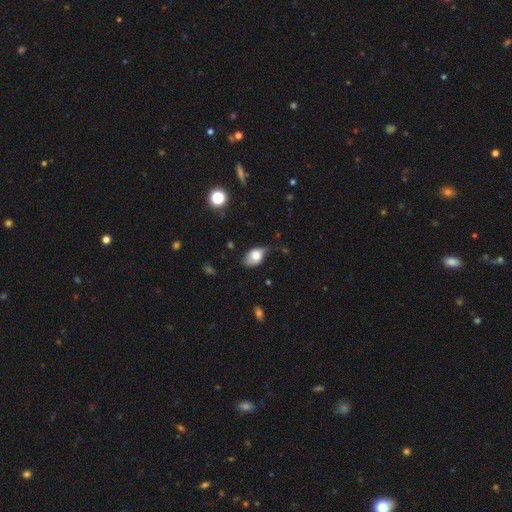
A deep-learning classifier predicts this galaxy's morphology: smooth 71%, featured or disk 21%, star or artifact 8%. Down the decision tree: how rounded — in between (88%); merging — none (43%).